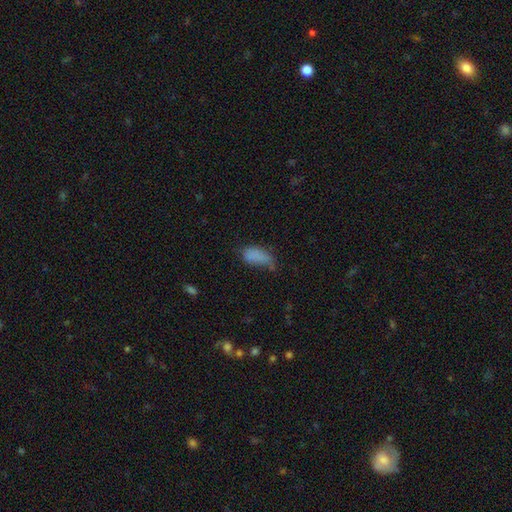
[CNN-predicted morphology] This is likely a smooth galaxy (78%). How rounded: clearly in between (88%). Merging: marginally minor disturbance (36%).